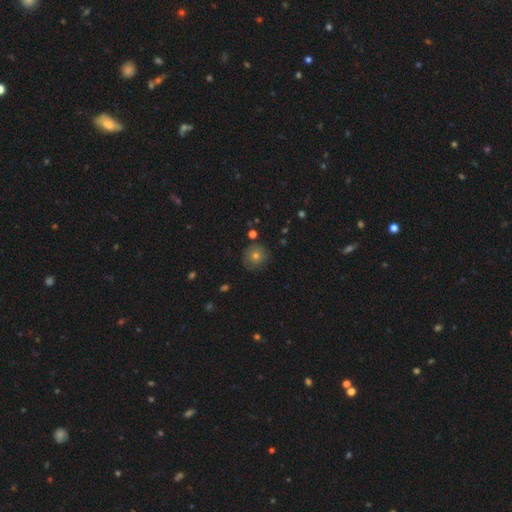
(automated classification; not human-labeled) Smooth or featured?
  - smooth: 66% *
  - featured or disk: 19%
  - star or artifact: 15%
How rounded?
  - round: 90% *
  - in between: 9%
  - cigar-shaped: 1%
Merging?
  - none: 80% *
  - minor disturbance: 15%
  - major disturbance: 4%
  - merger: 2%